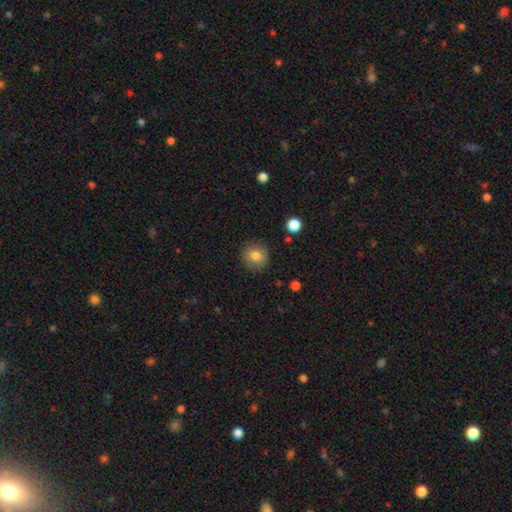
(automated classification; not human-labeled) Smooth or featured: smooth — 80% (featured or disk — 10%)
How rounded: round — 90% (in between — 9%)
Merging: none — 87% (minor disturbance — 9%)